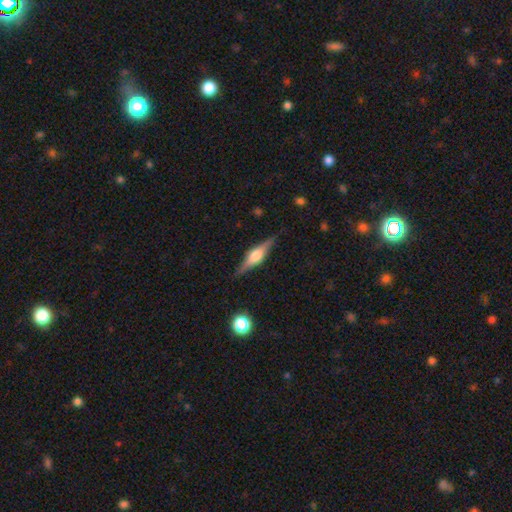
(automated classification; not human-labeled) featured or disk 71%, smooth 22%, star or artifact 6%. Down the decision tree: edge-on disk — yes (97%); edge-on bulge — rounded (84%); merging — none (87%).